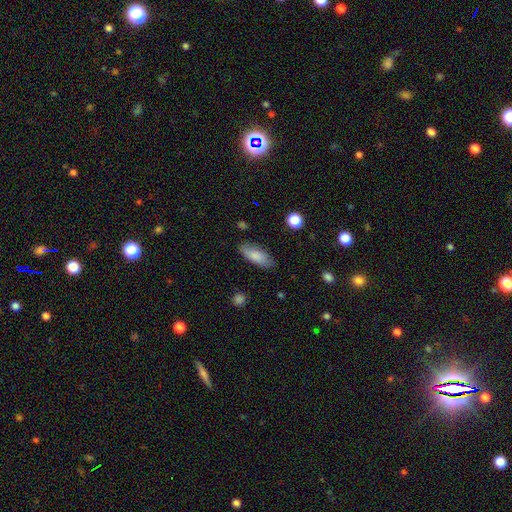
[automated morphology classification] A smooth galaxy with no disk features (82%) that is in between round and cigar-shaped (71%). Merging: none (81%).